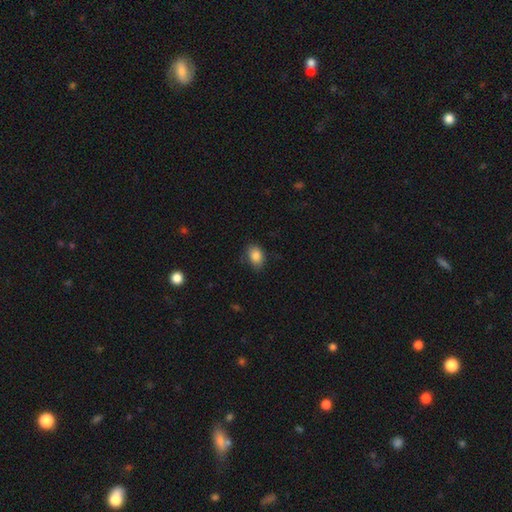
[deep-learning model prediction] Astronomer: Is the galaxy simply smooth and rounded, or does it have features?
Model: smooth — 85%.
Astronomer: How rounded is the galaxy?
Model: in between — 75%.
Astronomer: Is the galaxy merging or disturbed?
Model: none — 75%.